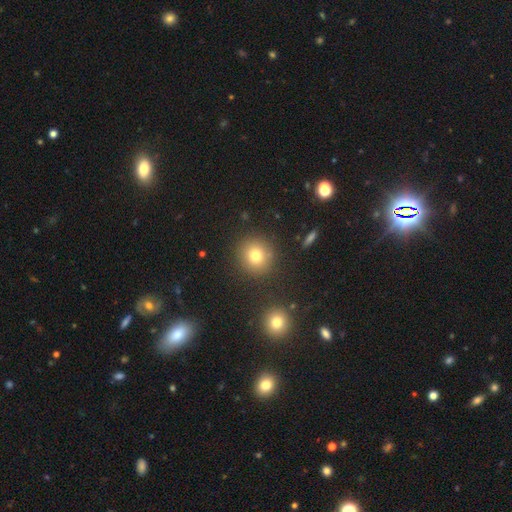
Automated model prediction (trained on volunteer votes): This appears to be a smooth galaxy with no disk features (77%) that is round (88%). Merging: none (85%).